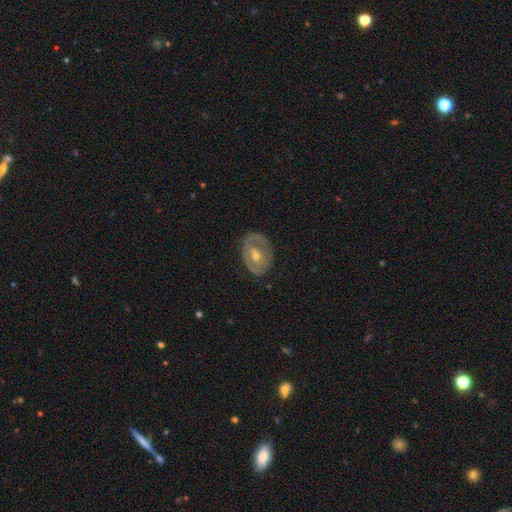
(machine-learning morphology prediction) A featured or disk galaxy (66%) with no bar (60%), no spiral arms (62%) and a moderate central bulge (67%). Merging: none (75%).